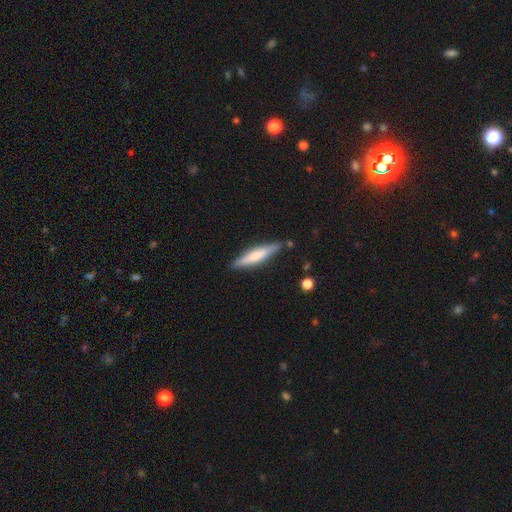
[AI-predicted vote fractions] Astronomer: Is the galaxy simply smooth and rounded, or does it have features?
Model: smooth — 59% (runner-up: featured or disk, 35%).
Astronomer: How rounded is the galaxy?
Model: cigar-shaped — 87%.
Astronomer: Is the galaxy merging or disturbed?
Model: none — 84%.